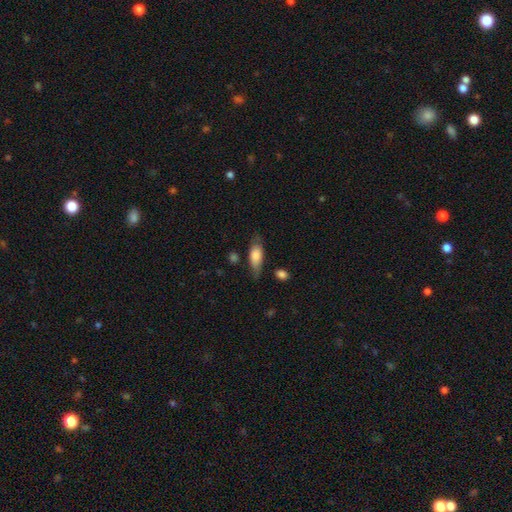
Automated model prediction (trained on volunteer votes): This is likely a smooth galaxy (74%). How rounded: likely in between (71%). Merging: likely none (65%).